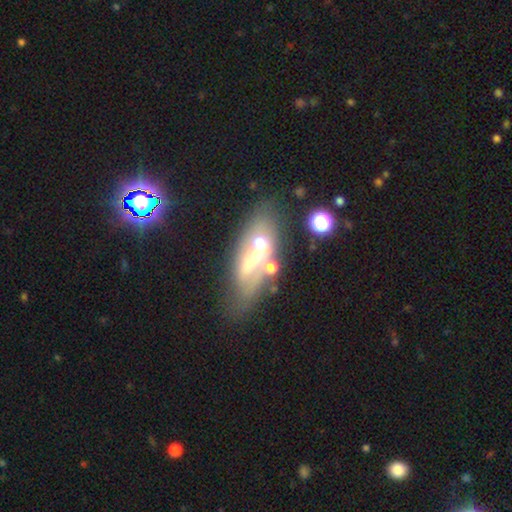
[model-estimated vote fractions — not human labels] A featured or disk galaxy (52%).

Vote fractions:
- Smooth or featured? featured or disk: 52% / smooth: 33% / star or artifact: 15%
- Edge-on disk? no: 76% / yes: 24%
- Merging? none: 42% / merger: 22% / minor disturbance: 20% / major disturbance: 16%